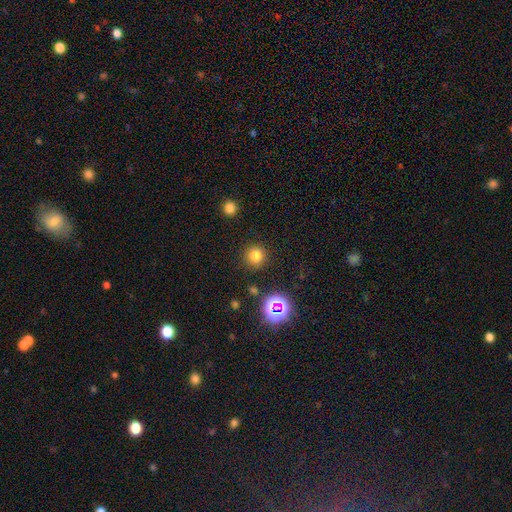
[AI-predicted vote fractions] The model was most divided on "smooth or featured": smooth: 76%, star or artifact: 18%, featured or disk: 5%. More confident: how rounded — round (94%); merging — none (88%).